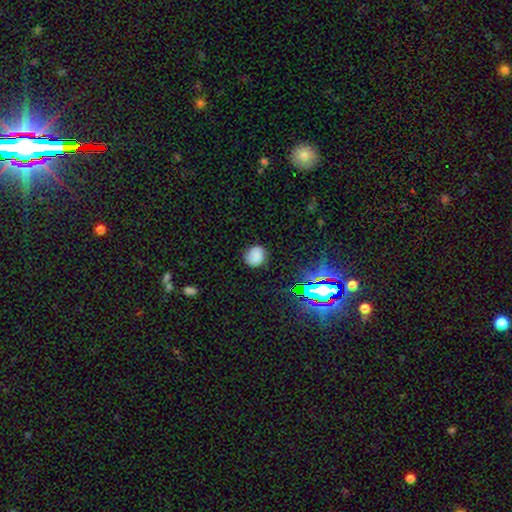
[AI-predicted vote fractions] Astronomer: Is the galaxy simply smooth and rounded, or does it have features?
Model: smooth — 70%.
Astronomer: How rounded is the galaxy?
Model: round — 77%.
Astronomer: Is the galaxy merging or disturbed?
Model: none — 80%.